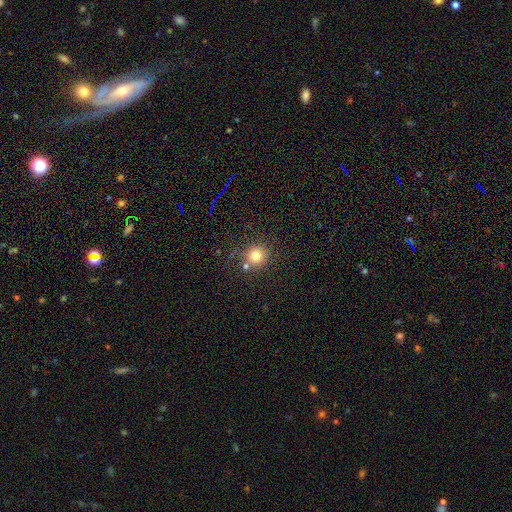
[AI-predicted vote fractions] A smooth galaxy with no disk features (78%) that is round (92%). Merging: none (71%).